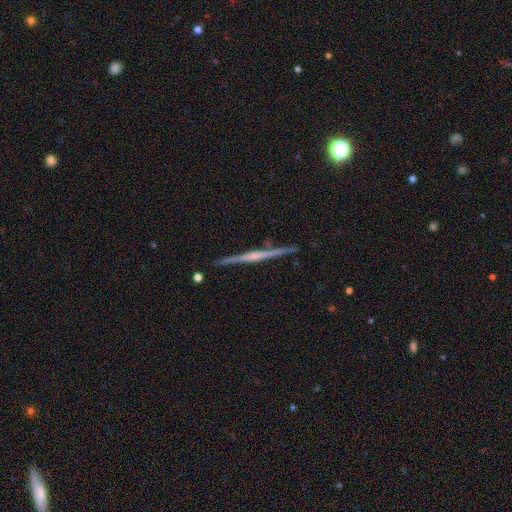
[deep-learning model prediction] This is likely a featured or disk galaxy (79%). It is clearly viewed edge-on (98%). Edge-on bulge: possibly rounded (50%). Merging: clearly none (90%).